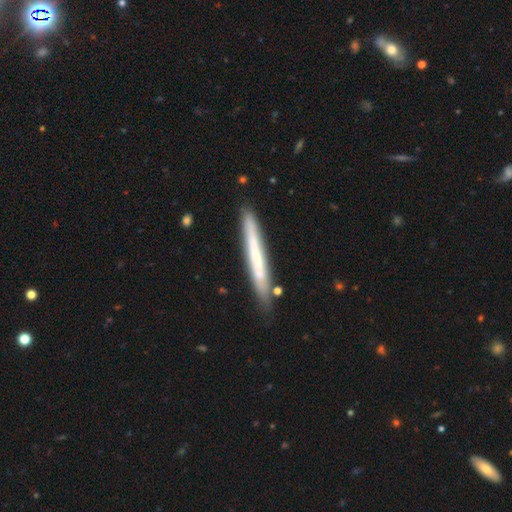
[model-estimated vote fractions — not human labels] Smooth or featured? Predicted: smooth (p=0.51). How rounded? Predicted: cigar-shaped (p=0.96). Merging? Predicted: none (p=0.84).